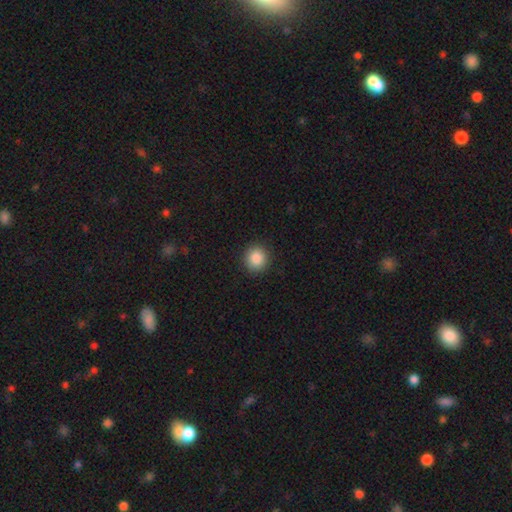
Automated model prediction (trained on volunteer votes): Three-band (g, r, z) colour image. It shows a smooth galaxy with no disk features (87%) that is round (91%). Merging: none (92%).